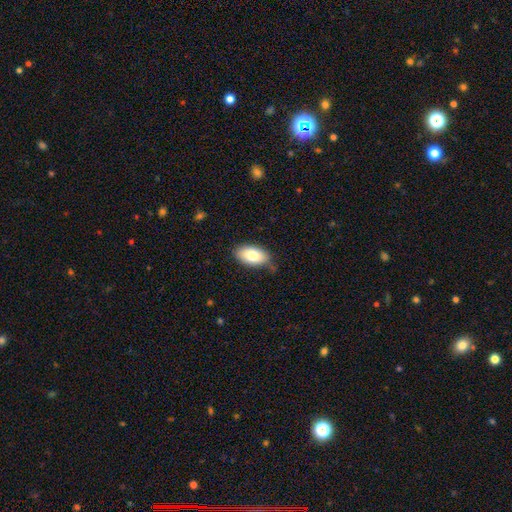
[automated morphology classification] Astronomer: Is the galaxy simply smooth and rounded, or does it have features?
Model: smooth — 81%.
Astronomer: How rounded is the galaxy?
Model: in between — 94%.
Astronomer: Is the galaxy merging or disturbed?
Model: none — 76%.